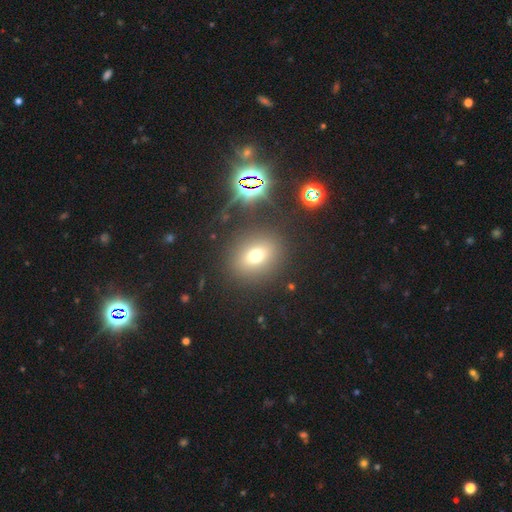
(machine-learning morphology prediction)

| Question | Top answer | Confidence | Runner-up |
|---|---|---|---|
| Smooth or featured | smooth | 66% | star or artifact (21%) |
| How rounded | round | 61% | in between (38%) |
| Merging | none | 85% | minor disturbance (8%) |